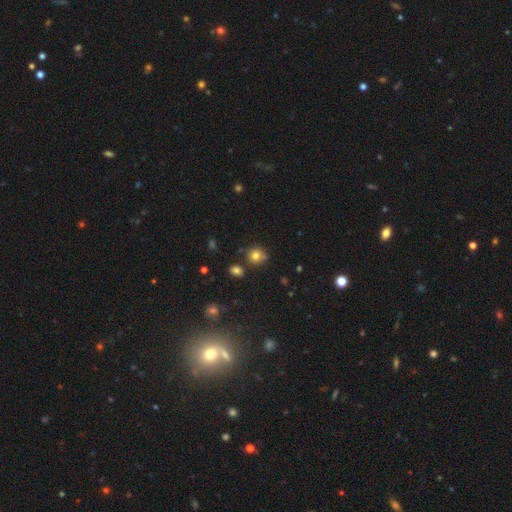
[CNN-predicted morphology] Smooth or featured?
  - smooth: 77% *
  - star or artifact: 14%
  - featured or disk: 9%
How rounded?
  - round: 83% *
  - in between: 16%
  - cigar-shaped: 1%
Merging?
  - none: 72% *
  - minor disturbance: 17%
  - merger: 8%
  - major disturbance: 4%